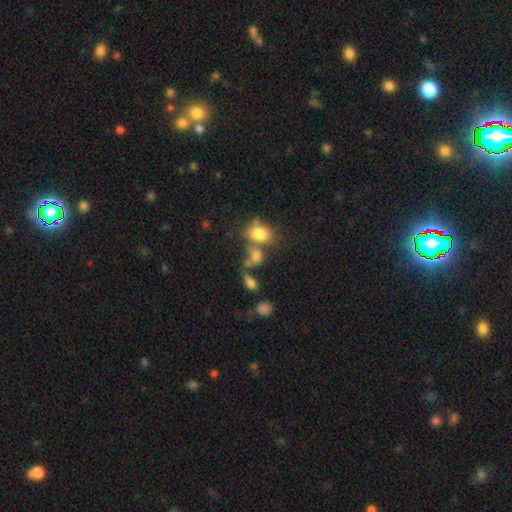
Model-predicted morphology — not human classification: Smooth or featured? smooth (74%)
How rounded? in between (65%)
Merging? merger (41%)